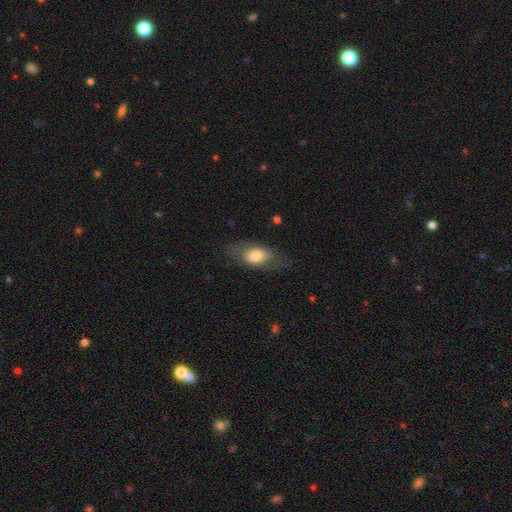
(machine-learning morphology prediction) Overall: smooth (64%; featured or disk 29%). How rounded: in between (84%). Merging: none (70%).